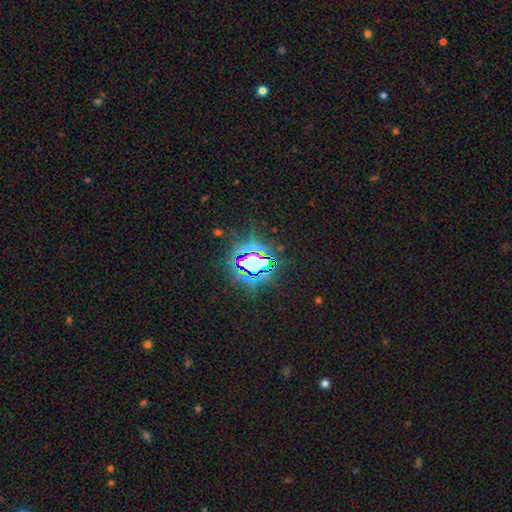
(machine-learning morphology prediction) This appears to be a star or artifact, not a galaxy (81%).